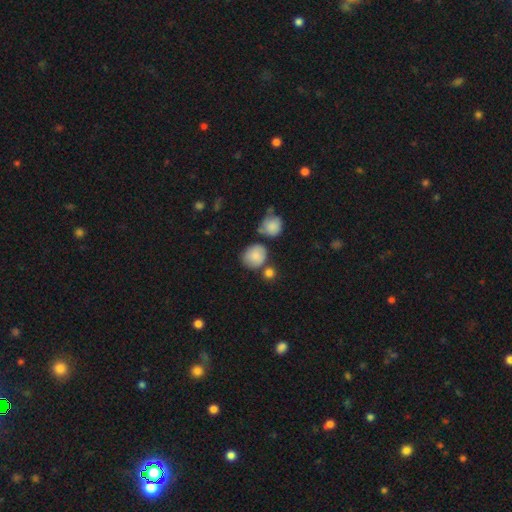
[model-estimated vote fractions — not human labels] Q: Smooth or featured?
A: smooth (81%); runner-up: featured or disk (10%)
Q: How rounded?
A: round (76%); runner-up: in between (23%)
Q: Merging?
A: none (64%); runner-up: minor disturbance (17%)